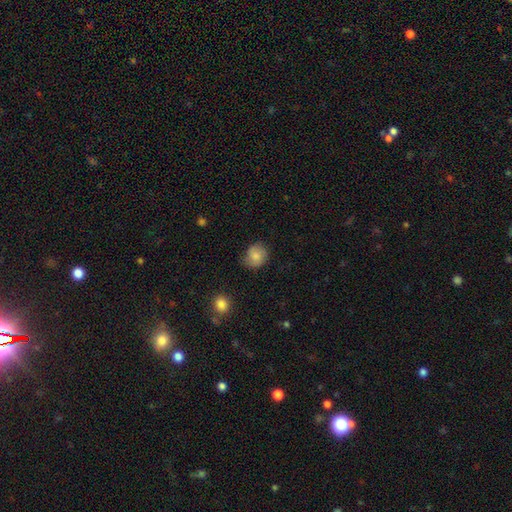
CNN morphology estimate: smooth_or_featured: smooth (p=0.78) [alt: featured or disk p=0.14]
how_rounded: round (p=0.73) [alt: in between p=0.26]
merging: none (p=0.70) [alt: minor disturbance p=0.24]